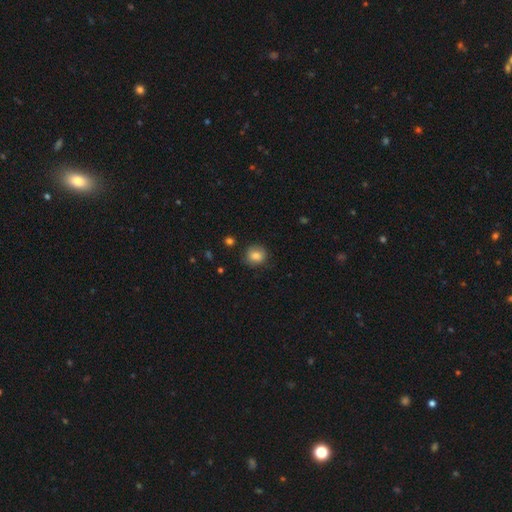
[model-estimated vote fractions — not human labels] Morphology: type=smooth (82%); roundness=round (80%); merging=none (79%).